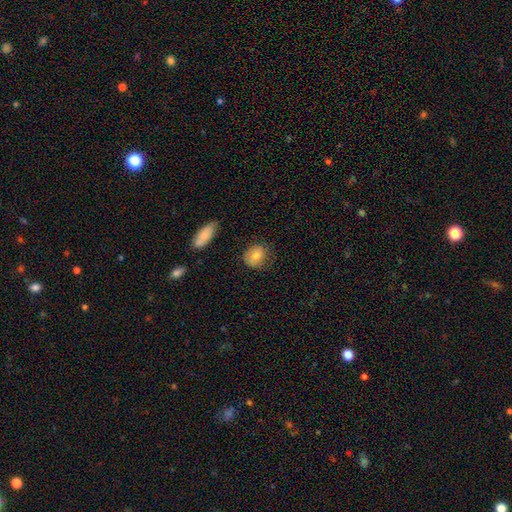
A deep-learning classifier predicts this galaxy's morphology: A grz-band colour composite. It shows a smooth galaxy with no disk features (80%) that is round (60%). Merging: none (68%).